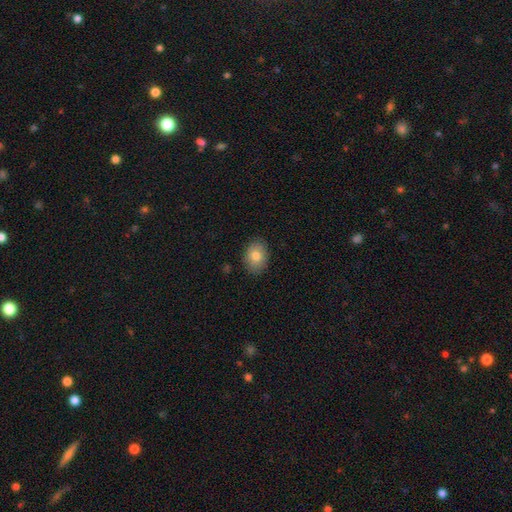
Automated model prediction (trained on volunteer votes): smooth_or_featured: smooth (p=0.81) [alt: featured or disk p=0.11]
how_rounded: in between (p=0.70) [alt: round p=0.29]
merging: none (p=0.86) [alt: minor disturbance p=0.11]